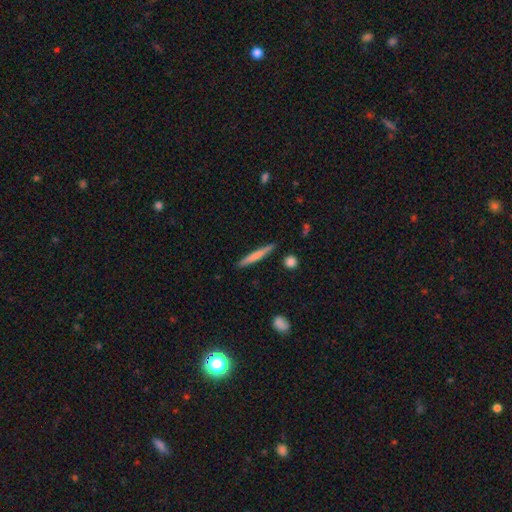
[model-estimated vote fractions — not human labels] smooth_or_featured: smooth (p=0.66) [alt: featured or disk p=0.28]
how_rounded: cigar-shaped (p=0.95) [alt: in between p=0.04]
merging: none (p=0.87) [alt: minor disturbance p=0.09]